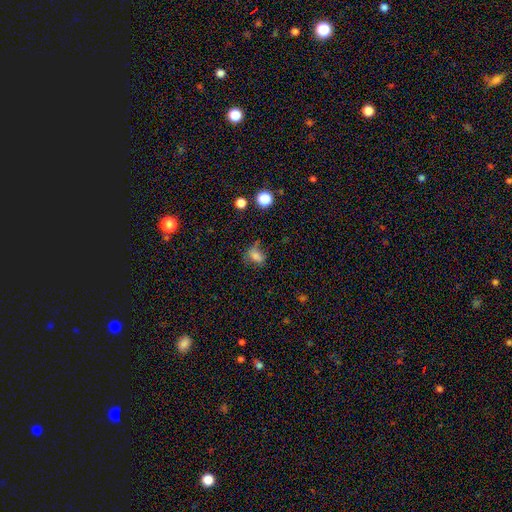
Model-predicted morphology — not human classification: Smooth or featured? smooth (75%)
How rounded? in between (71%)
Merging? none (52%)